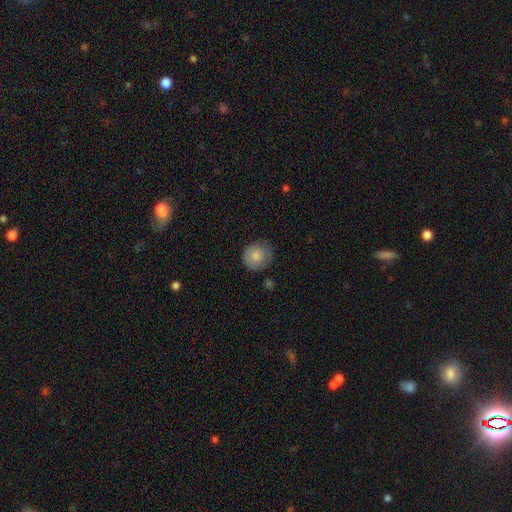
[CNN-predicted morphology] type=smooth (81%); roundness=round (87%); merging=none (75%).